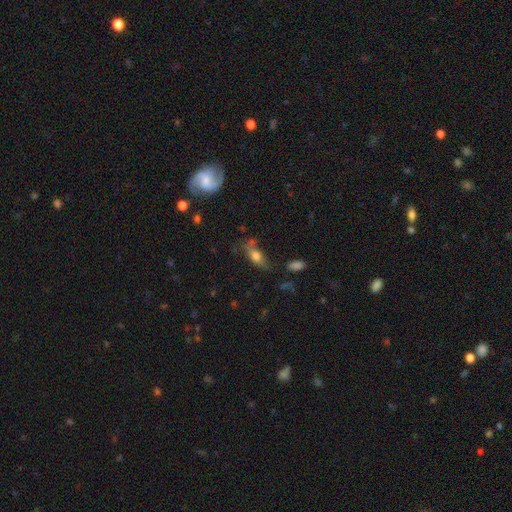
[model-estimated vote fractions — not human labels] Smooth or featured: smooth — 67% (featured or disk — 23%)
How rounded: in between — 72% (cigar-shaped — 23%)
Merging: none — 52% (minor disturbance — 26%)